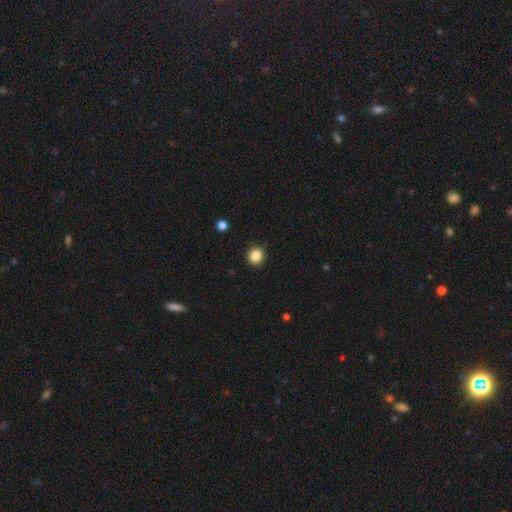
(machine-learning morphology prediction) smooth-or-featured: smooth: 85% | star or artifact: 11% | featured or disk: 5%
  how-rounded: round: 91% | in between: 8% | cigar-shaped: 1%
  merging: none: 91% | minor disturbance: 6% | major disturbance: 2% | merger: 1%